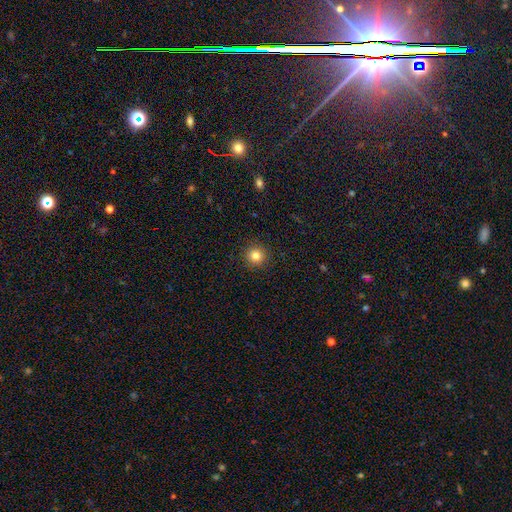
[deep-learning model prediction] Overall: smooth (83%). How rounded: round (95%). Merging: none (92%).